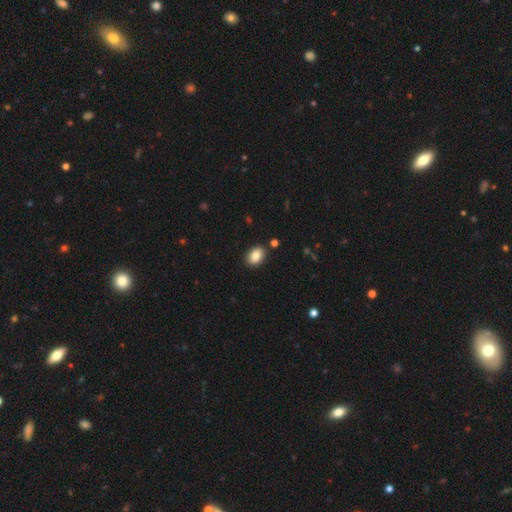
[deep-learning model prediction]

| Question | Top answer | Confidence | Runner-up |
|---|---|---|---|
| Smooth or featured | smooth | 85% | star or artifact (8%) |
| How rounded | in between | 85% | round (14%) |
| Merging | none | 87% | minor disturbance (8%) |